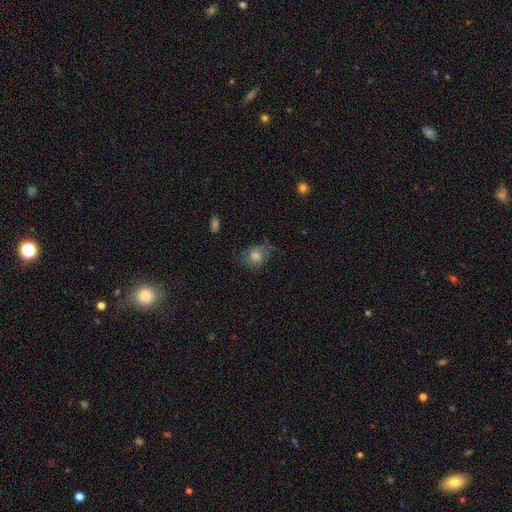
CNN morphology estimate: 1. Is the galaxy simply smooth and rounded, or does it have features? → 57% smooth, 27% featured or disk, 16% star or artifact.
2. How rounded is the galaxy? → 56% round, 42% in between, 1% cigar-shaped.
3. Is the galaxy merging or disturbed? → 58% none, 25% minor disturbance, 15% major disturbance, 2% merger.